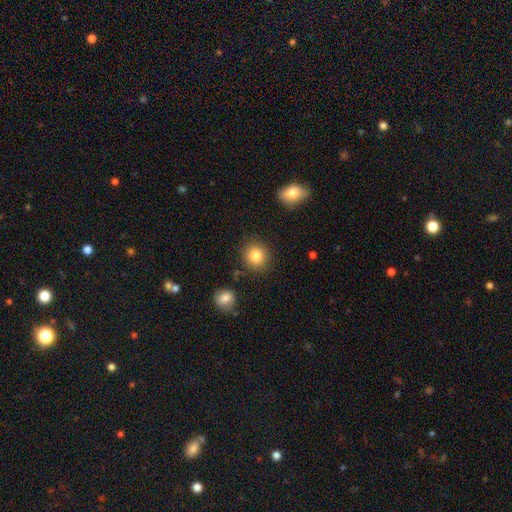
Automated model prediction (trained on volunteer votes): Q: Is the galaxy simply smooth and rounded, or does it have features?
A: smooth — 85%.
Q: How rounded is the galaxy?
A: round — 89%.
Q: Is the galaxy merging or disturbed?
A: none — 86%.